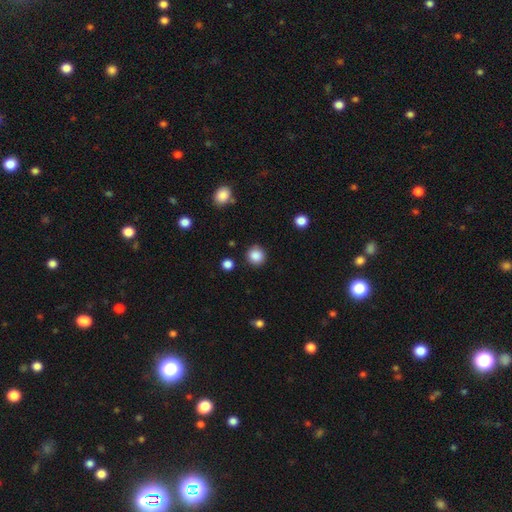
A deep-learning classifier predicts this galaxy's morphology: This appears to be a smooth galaxy with no disk features (87%) that is round (91%). Merging: none (88%).